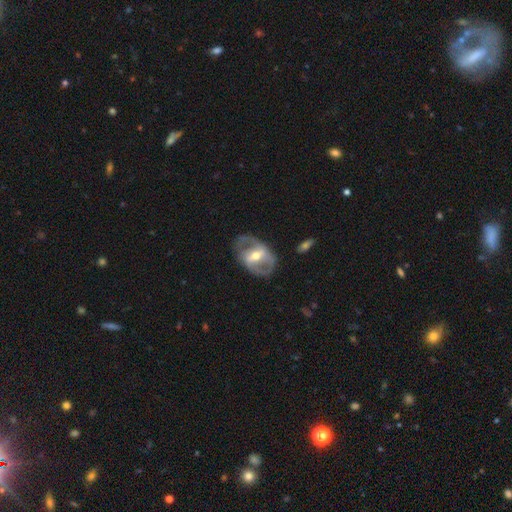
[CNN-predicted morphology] Overall: featured or disk (76%). Edge-on disk: no (94%). Bar: strong (48%; weak 36%). Spiral arms: yes (69%; no 31%). Bulge size: moderate (68%). Merging: none (70%).